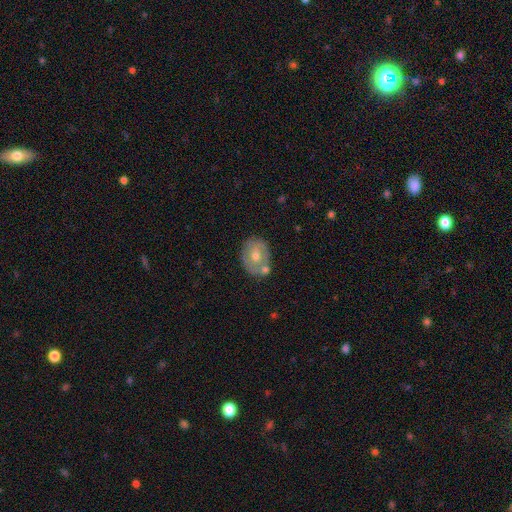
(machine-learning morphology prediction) Smooth or featured: smooth — 48% (featured or disk — 43%)
Merging: none — 63% (merger — 16%)